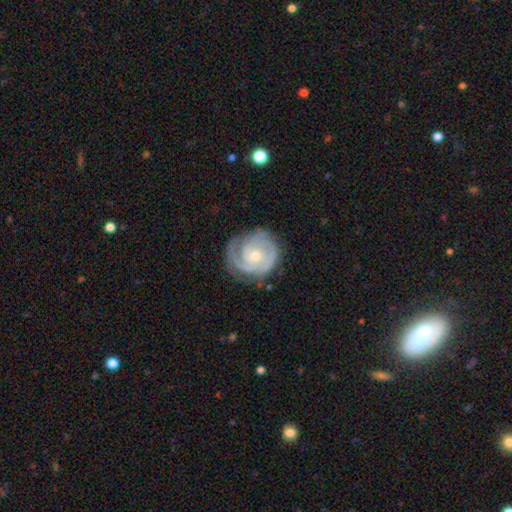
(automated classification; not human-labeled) smooth_or_featured: featured or disk (p=0.86) [alt: smooth p=0.10]
disk_edge_on: no (p=0.98) [alt: yes p=0.02]
bar: no (p=0.75) [alt: weak p=0.21]
has_spiral_arms: yes (p=0.96) [alt: no p=0.04]
spiral_winding: tight (p=0.71) [alt: medium p=0.24]
spiral_arm_count: 2 (p=0.41) [alt: 3 p=0.20]
bulge_size: small (p=0.55) [alt: moderate p=0.42]
merging: none (p=0.70) [alt: minor disturbance p=0.20]